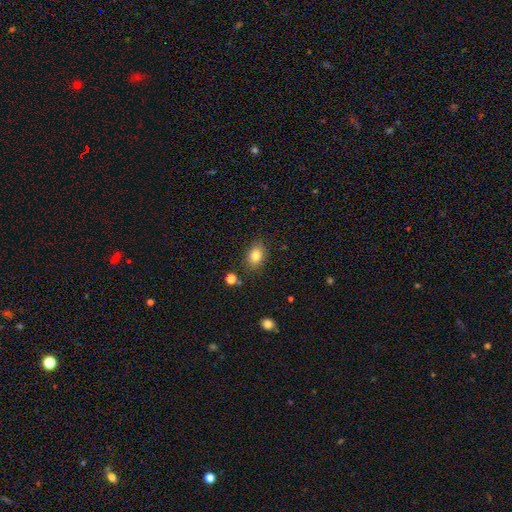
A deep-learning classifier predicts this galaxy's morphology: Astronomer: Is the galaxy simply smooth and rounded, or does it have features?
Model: smooth — 82%.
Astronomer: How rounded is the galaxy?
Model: in between — 72%.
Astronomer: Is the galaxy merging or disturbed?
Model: none — 84%.